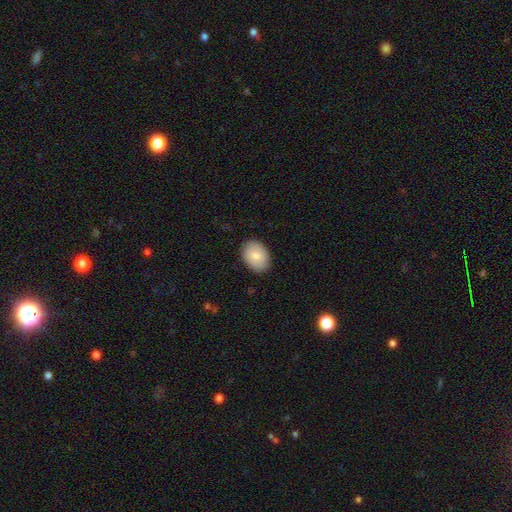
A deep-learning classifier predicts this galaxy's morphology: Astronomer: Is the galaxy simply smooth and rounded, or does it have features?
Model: smooth — 82%.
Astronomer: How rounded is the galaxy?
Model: in between — 77%.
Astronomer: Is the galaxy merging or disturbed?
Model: none — 88%.